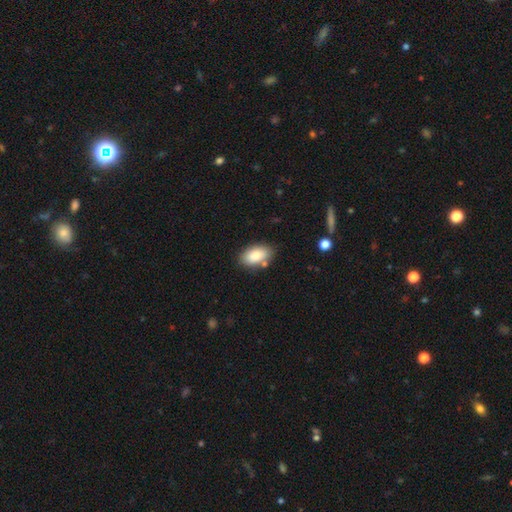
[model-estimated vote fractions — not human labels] A smooth galaxy with no disk features (83%) that is in between round and cigar-shaped (93%).

Vote fractions:
- Smooth or featured? smooth: 83% / featured or disk: 10% / star or artifact: 7%
- How rounded? in between: 93% / round: 5% / cigar-shaped: 2%
- Merging? none: 78% / minor disturbance: 13% / merger: 7% / major disturbance: 3%